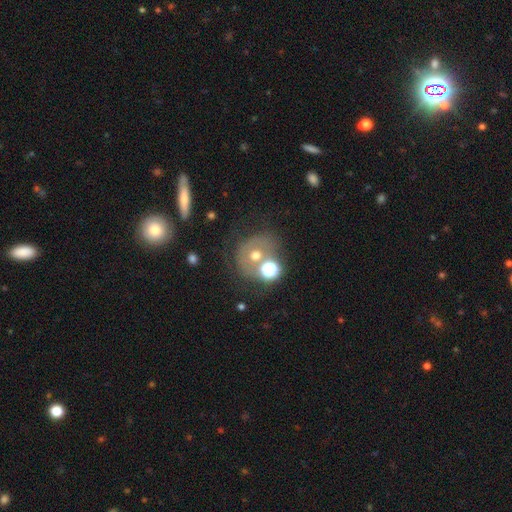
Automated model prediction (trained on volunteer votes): Smooth or featured? Predicted: smooth (p=0.47). Merging? Predicted: none (p=0.44).